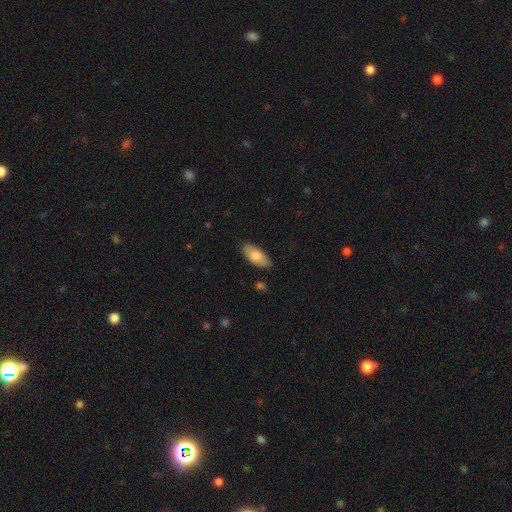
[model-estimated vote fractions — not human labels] This appears to be a smooth galaxy with no disk features (78%) that is in between round and cigar-shaped (89%). Merging: none (86%).